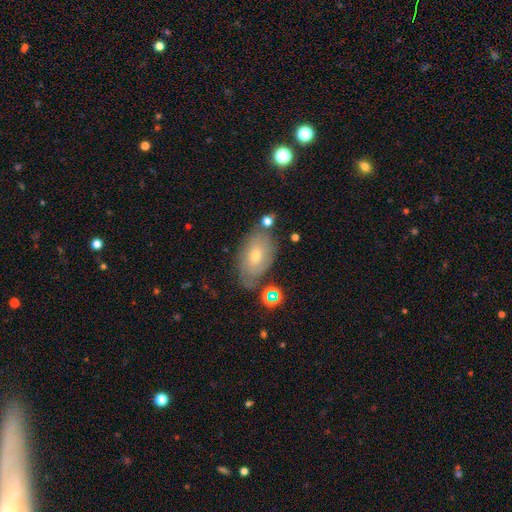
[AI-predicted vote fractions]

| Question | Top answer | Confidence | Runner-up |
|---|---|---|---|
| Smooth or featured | smooth | 46% | featured or disk (44%) |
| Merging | none | 65% | minor disturbance (21%) |